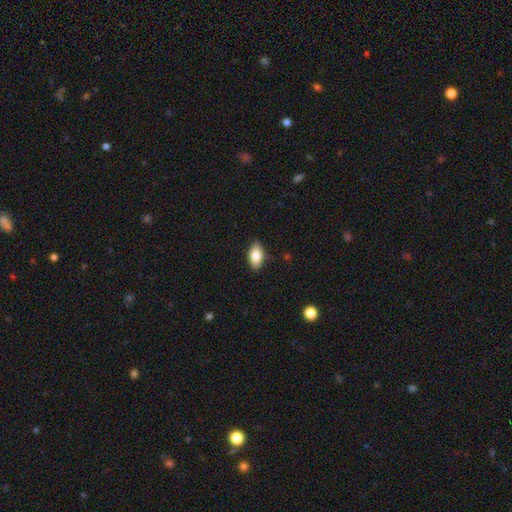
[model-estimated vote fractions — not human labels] This appears to be a smooth galaxy with no disk features (80%) that is in between round and cigar-shaped (91%). Merging: none (85%).